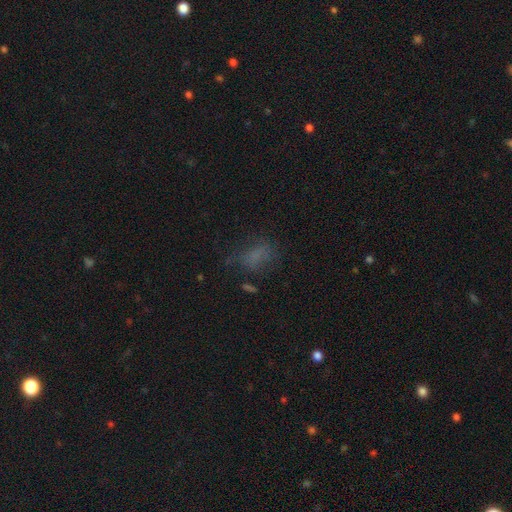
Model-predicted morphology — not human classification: This appears to be a smooth galaxy with no disk features (61%) that is in between round and cigar-shaped (77%). Merging: none (53%).